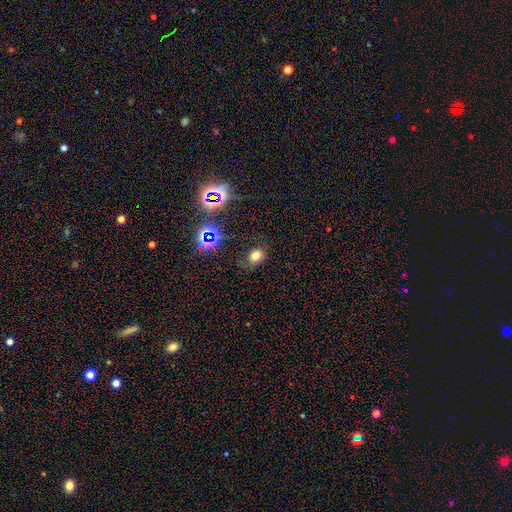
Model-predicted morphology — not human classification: Overall: smooth (69%). How rounded: in between (63%; round 35%). Merging: none (77%).